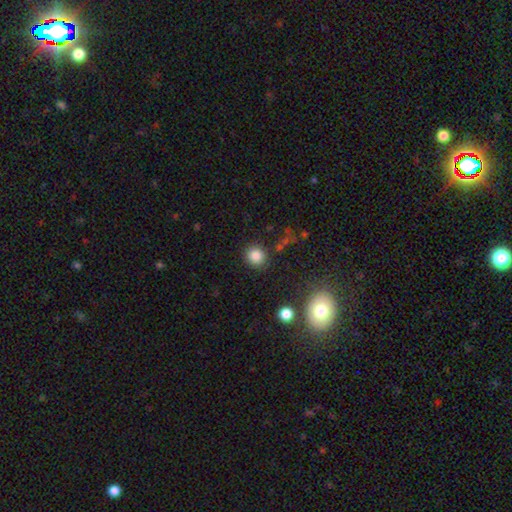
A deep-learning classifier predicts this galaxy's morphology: type=smooth (84%); roundness=round (88%); merging=none (86%).